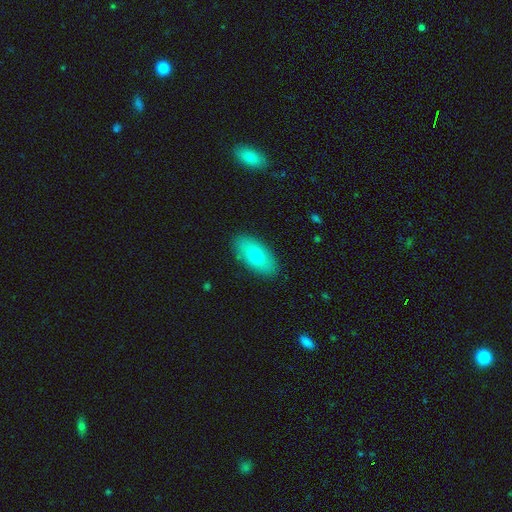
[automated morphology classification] This appears to be a smooth galaxy with no disk features (72%) that is in between round and cigar-shaped (91%). Merging: none (87%).